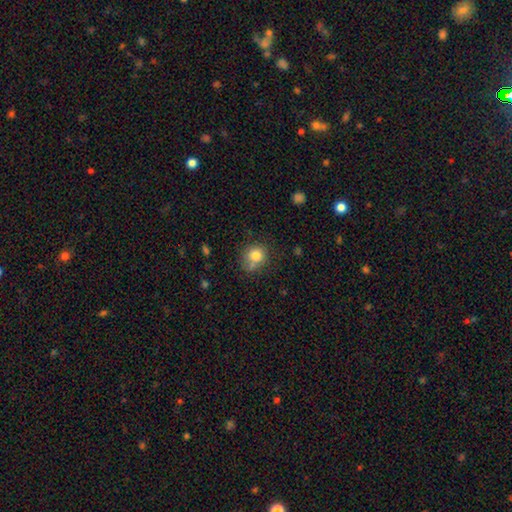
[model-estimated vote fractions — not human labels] smooth-or-featured: smooth: 79% | star or artifact: 11% | featured or disk: 10%
  how-rounded: round: 77% | in between: 22% | cigar-shaped: 1%
  merging: none: 60% | minor disturbance: 18% | merger: 16% | major disturbance: 6%